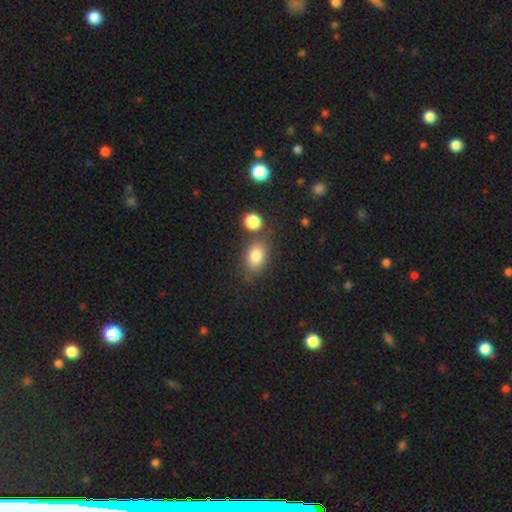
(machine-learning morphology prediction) This is clearly a smooth galaxy (81%). How rounded: likely in between (79%). Merging: likely none (68%).